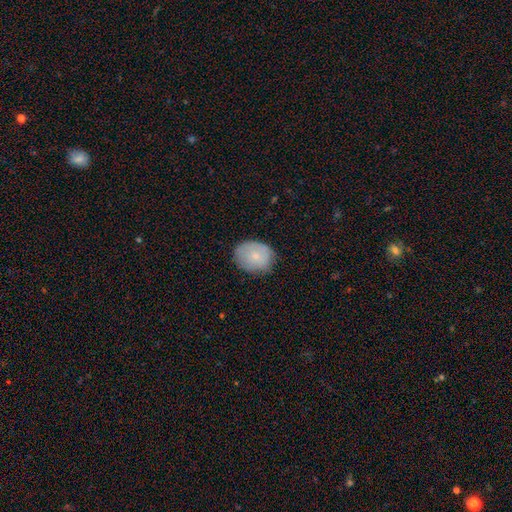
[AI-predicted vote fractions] A smooth galaxy with no disk features (74%) that is in between round and cigar-shaped (50%). Merging: none (74%).